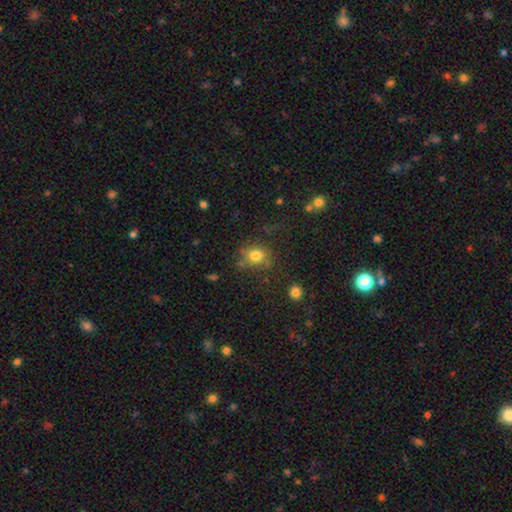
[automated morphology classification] This appears to be a smooth galaxy with no disk features (73%) that is round (73%). Merging: none (69%).